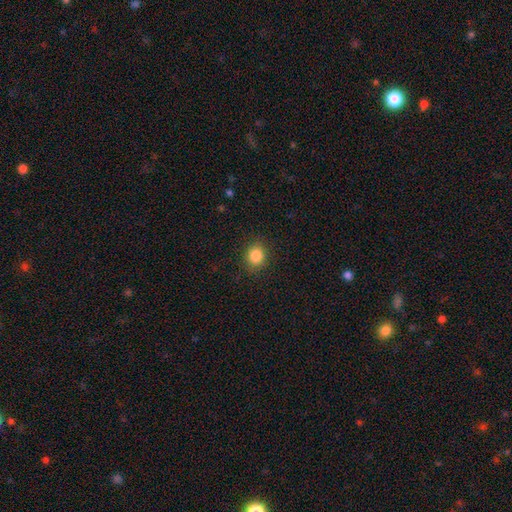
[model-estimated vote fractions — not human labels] Smooth or featured? smooth (86%)
How rounded? round (69%)
Merging? none (88%)